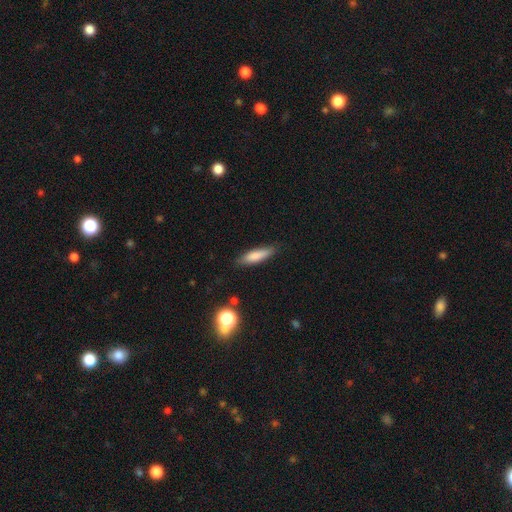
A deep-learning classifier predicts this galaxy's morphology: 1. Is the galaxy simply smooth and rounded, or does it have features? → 79% smooth, 14% featured or disk, 7% star or artifact.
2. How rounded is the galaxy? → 69% cigar-shaped, 29% in between, 2% round.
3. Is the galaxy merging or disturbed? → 82% none, 13% minor disturbance, 3% major disturbance, 2% merger.